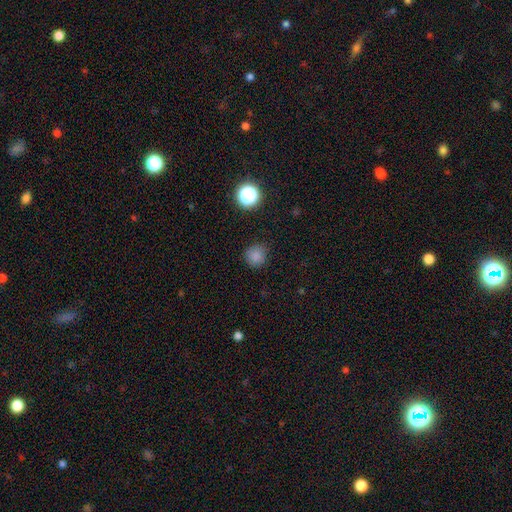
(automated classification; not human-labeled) Q: Smooth or featured?
A: smooth (81%); runner-up: star or artifact (15%)
Q: How rounded?
A: round (93%); runner-up: in between (6%)
Q: Merging?
A: none (86%); runner-up: minor disturbance (10%)